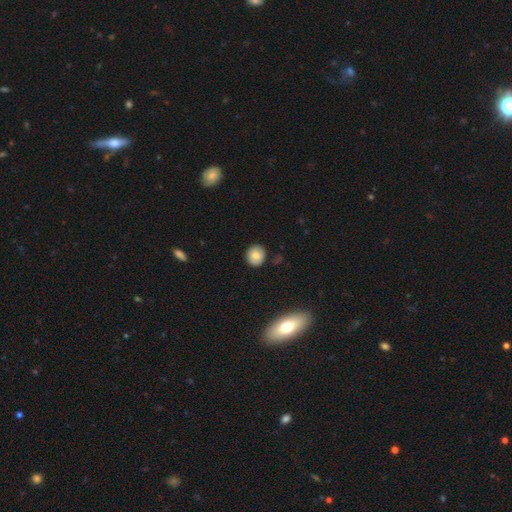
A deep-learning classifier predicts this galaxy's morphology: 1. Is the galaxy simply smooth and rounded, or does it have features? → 80% smooth, 11% featured or disk, 9% star or artifact.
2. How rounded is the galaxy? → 83% round, 16% in between, 1% cigar-shaped.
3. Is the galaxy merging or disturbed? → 87% none, 10% minor disturbance, 2% major disturbance, 1% merger.